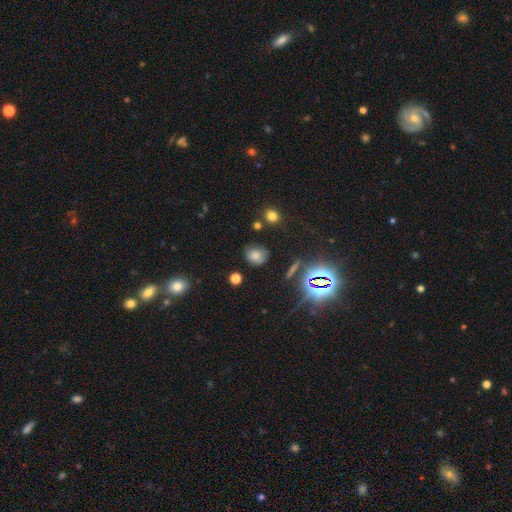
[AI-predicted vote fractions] smooth-or-featured: smooth: 66% | star or artifact: 23% | featured or disk: 12%
  how-rounded: round: 70% | in between: 28% | cigar-shaped: 2%
  merging: none: 74% | minor disturbance: 17% | major disturbance: 5% | merger: 3%